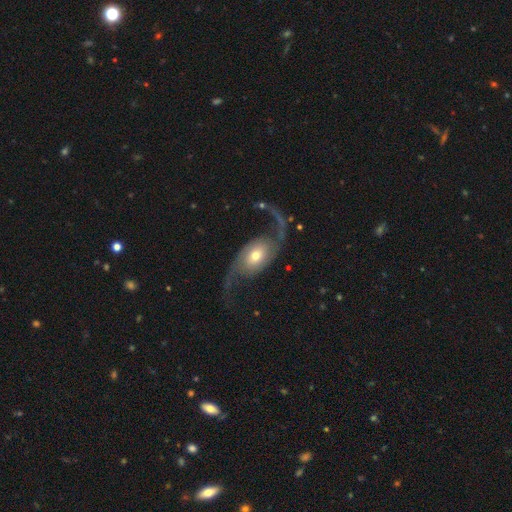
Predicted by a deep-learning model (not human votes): Smooth or featured?
  - featured or disk: 79% *
  - smooth: 15%
  - star or artifact: 6%
Edge-on disk?
  - no: 94% *
  - yes: 6%
Bar?
  - no: 62% *
  - weak: 25%
  - strong: 12%
Spiral arms?
  - yes: 92% *
  - no: 8%
Spiral winding?
  - loose: 86% *
  - medium: 11%
  - tight: 3%
Spiral arm count?
  - 2: 90% *
  - 1: 5%
  - can't tell: 2%
  - 3: 1%
  - 4: 1%
  - more than 4: 1%
Bulge size?
  - moderate: 55% *
  - small: 31%
  - large: 9%
  - dominant: 3%
  - none: 2%
Merging?
  - none: 56% *
  - major disturbance: 25%
  - minor disturbance: 15%
  - merger: 4%